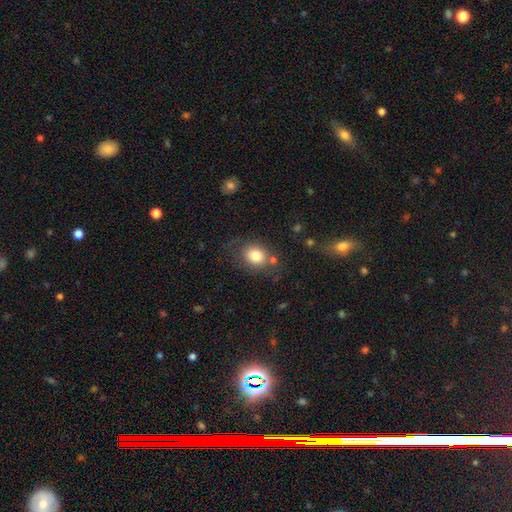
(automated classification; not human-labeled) This appears to be a smooth galaxy with no disk features (81%) that is round (58%). Merging: none (70%).